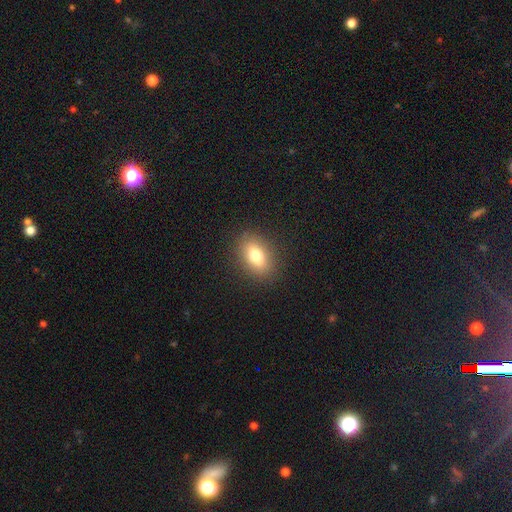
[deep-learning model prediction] Overall: smooth (76%). How rounded: in between (79%). Merging: none (88%).